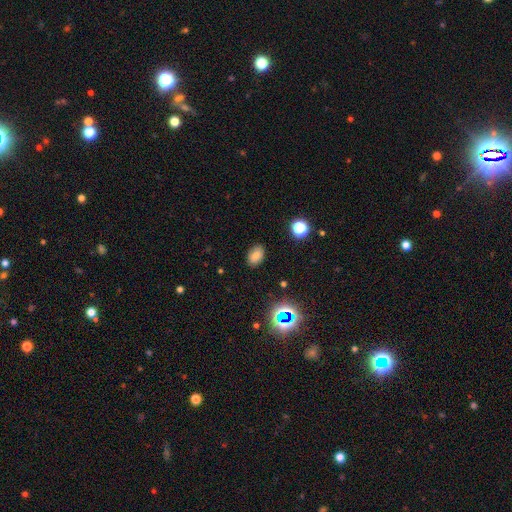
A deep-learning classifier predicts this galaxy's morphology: Overall: smooth (75%). How rounded: in between (83%). Merging: none (86%).